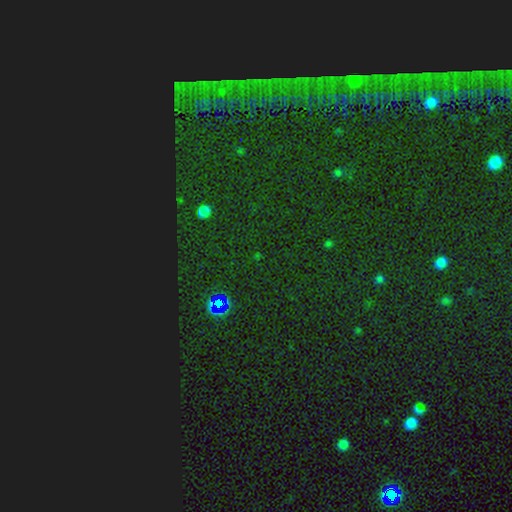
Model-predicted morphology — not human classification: Overall: star or artifact (78%).